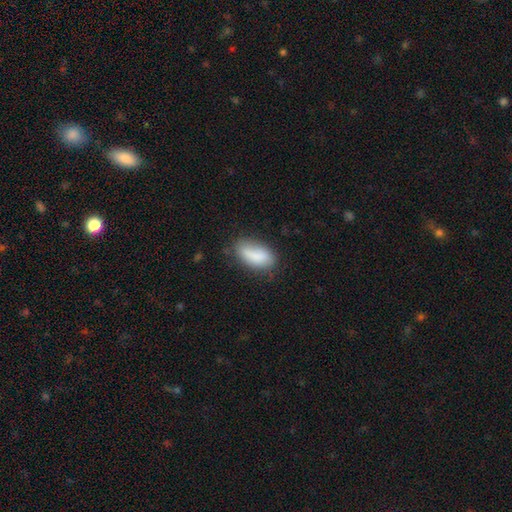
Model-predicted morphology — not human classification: This appears to be a smooth galaxy with no disk features (83%) that is in between round and cigar-shaped (88%). Merging: none (62%).